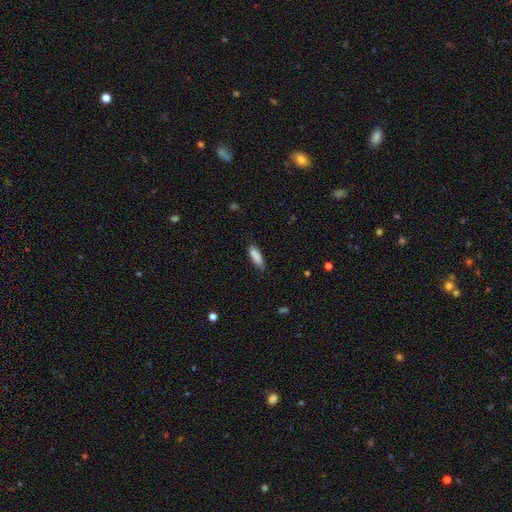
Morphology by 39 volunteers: smooth_or_featured: smooth (p=0.92) [alt: featured or disk p=0.05]
how_rounded: in between (p=0.67) [alt: cigar-shaped p=0.28]
merging: none (p=0.53) [alt: minor disturbance p=0.32]